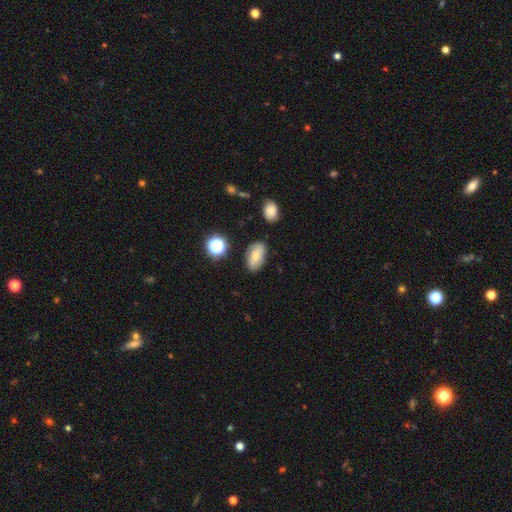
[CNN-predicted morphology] Overall: smooth (70%). How rounded: in between (91%). Merging: none (77%).